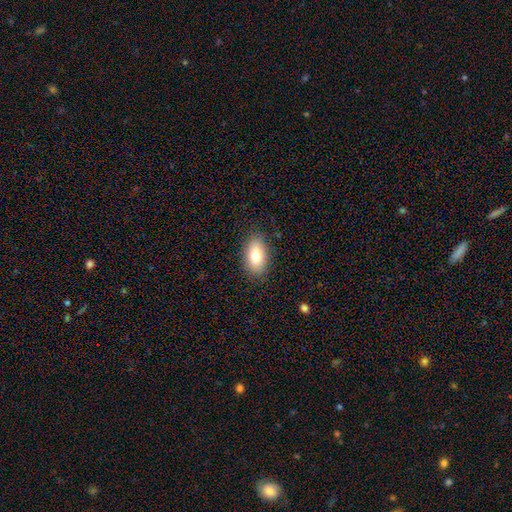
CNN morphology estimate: smooth 81%, featured or disk 12%, star or artifact 7%. Down the decision tree: how rounded — in between (92%); merging — none (85%).